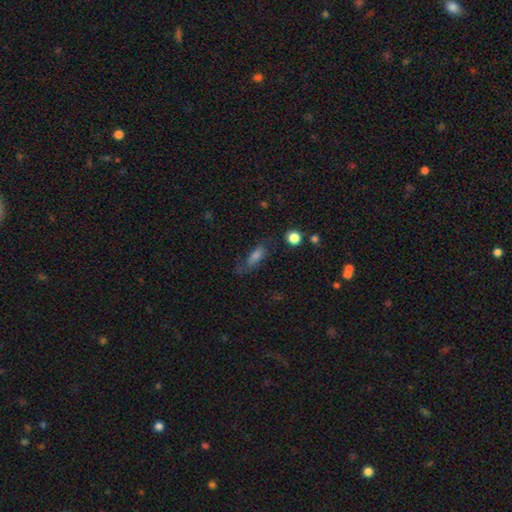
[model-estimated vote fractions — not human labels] smooth 63%, featured or disk 22%, star or artifact 15%. Down the decision tree: how rounded — in between (66%); merging — none (54%).